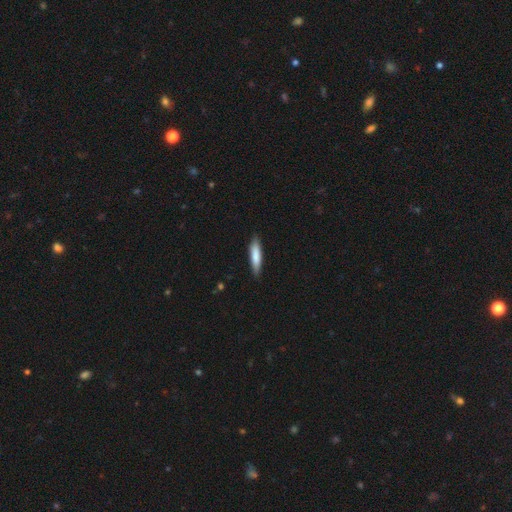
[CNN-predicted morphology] Overall: smooth (80%). How rounded: cigar-shaped (81%). Merging: none (87%).